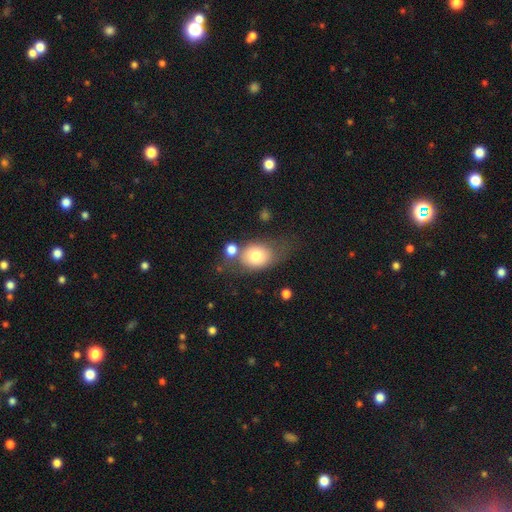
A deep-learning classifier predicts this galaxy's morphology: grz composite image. It shows a smooth galaxy with no disk features (75%) that is in between round and cigar-shaped (60%). Merging: none (48%).